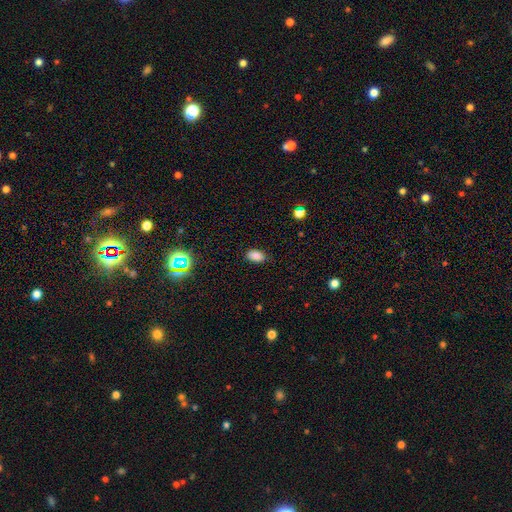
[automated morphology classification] Smooth or featured? smooth (83%)
How rounded? in between (90%)
Merging? none (81%)